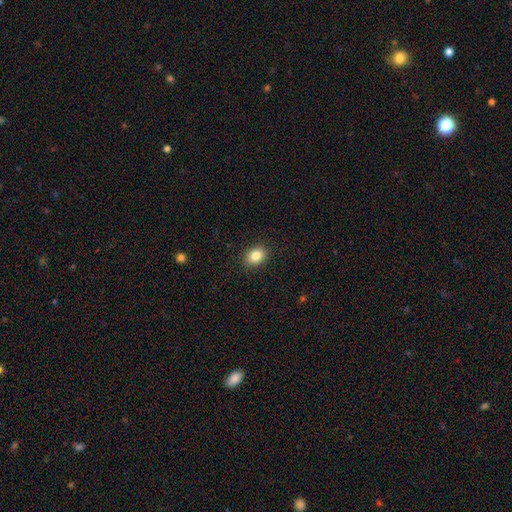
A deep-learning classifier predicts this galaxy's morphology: smooth 84%, star or artifact 10%, featured or disk 6%. Down the decision tree: how rounded — in between (61%); merging — none (89%).